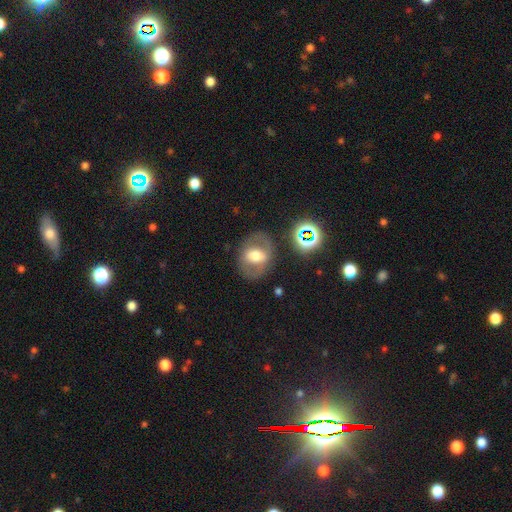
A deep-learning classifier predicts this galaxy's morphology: Smooth or featured: featured or disk — 50% (smooth — 40%)
Merging: none — 75% (minor disturbance — 13%)